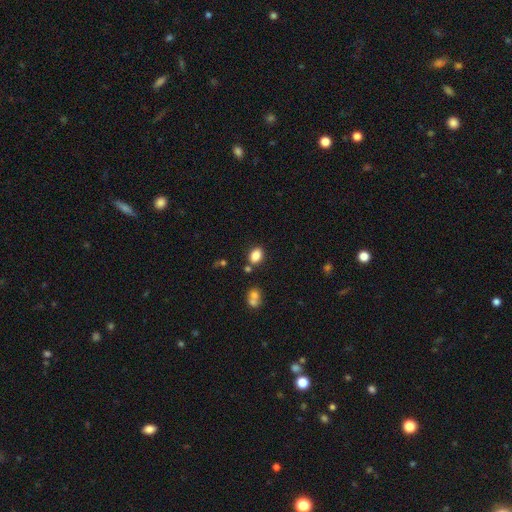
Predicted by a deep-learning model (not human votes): A smooth galaxy with no disk features (84%) that is in between round and cigar-shaped (78%). Merging: none (77%).